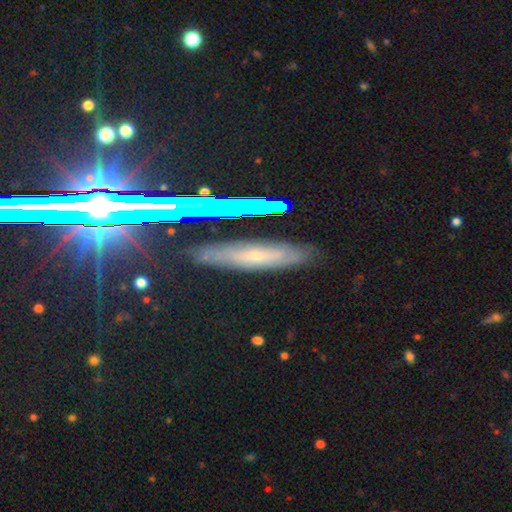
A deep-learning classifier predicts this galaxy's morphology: smooth_or_featured: featured or disk (p=0.45) [alt: smooth p=0.33]
merging: none (p=0.83) [alt: minor disturbance p=0.12]